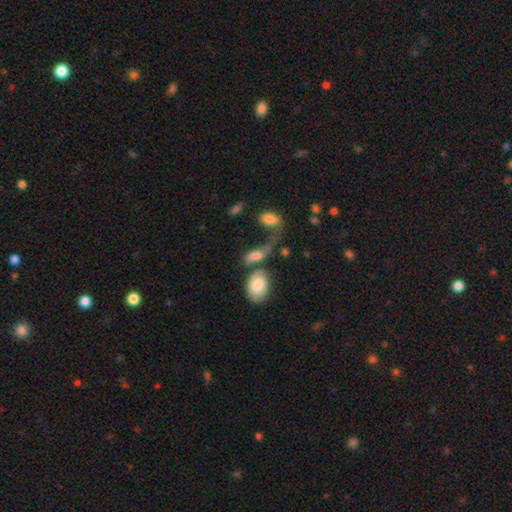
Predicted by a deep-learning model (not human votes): Overall: smooth (70%). How rounded: in between (84%). Merging: merger (43%; none 23%).